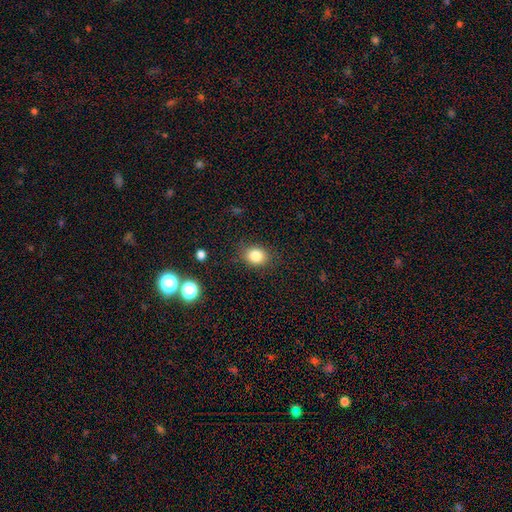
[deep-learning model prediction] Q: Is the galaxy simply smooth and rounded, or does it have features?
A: smooth — 83%.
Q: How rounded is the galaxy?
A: round — 50%.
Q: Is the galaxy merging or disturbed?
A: none — 82%.